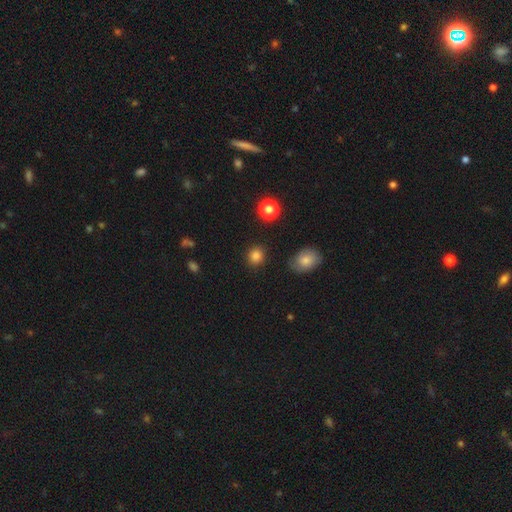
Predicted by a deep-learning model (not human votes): smooth 85%, star or artifact 11%, featured or disk 4%. Down the decision tree: how rounded — round (84%); merging — none (88%).